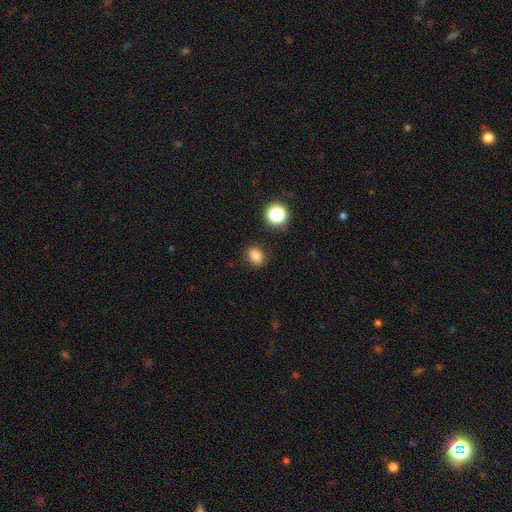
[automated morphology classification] type=smooth (79%); roundness=round (54%); merging=none (86%).